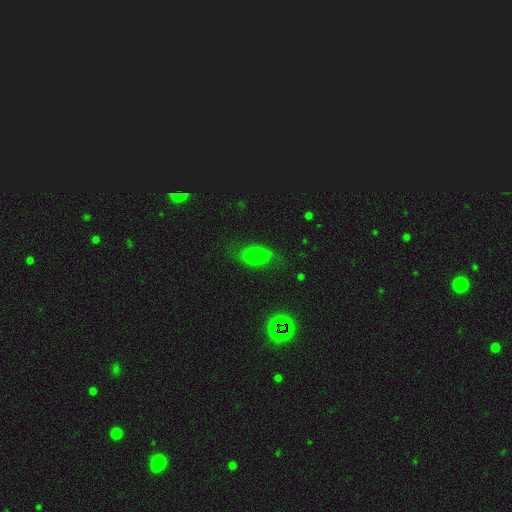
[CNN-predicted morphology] smooth-or-featured: smooth: 72% | featured or disk: 15% | star or artifact: 14%
  how-rounded: in between: 84% | round: 13% | cigar-shaped: 3%
  merging: none: 69% | minor disturbance: 22% | major disturbance: 8% | merger: 2%